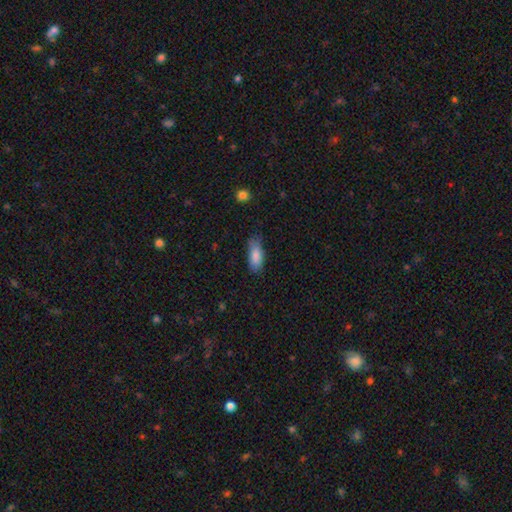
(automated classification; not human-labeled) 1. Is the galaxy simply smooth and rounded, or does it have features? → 86% smooth, 7% featured or disk, 7% star or artifact.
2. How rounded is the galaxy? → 79% in between, 19% cigar-shaped, 2% round.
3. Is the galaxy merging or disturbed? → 67% none, 26% minor disturbance, 5% major disturbance, 2% merger.